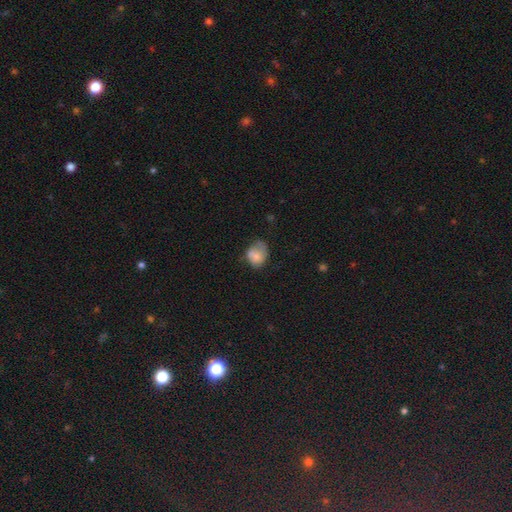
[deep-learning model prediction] Overall: smooth (72%). How rounded: in between (54%; round 45%). Merging: none (35%; minor disturbance 32%).